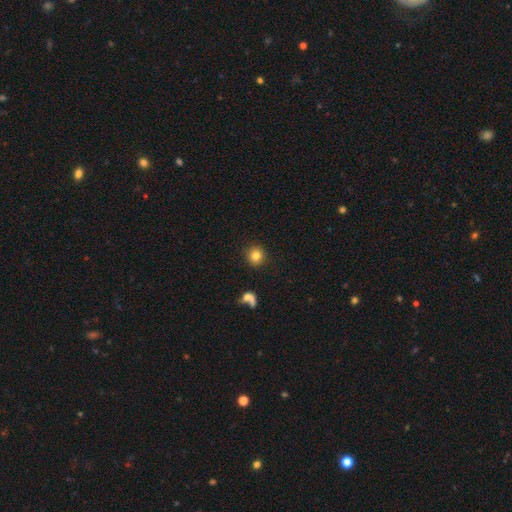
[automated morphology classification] The model was most divided on "smooth or featured": smooth: 83%, star or artifact: 10%, featured or disk: 7%. More confident: how rounded — round (92%); merging — none (88%).